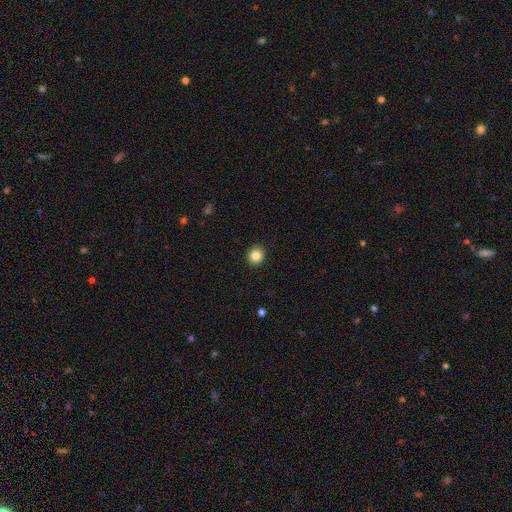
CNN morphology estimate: Smooth or featured? Predicted: smooth (p=0.85). How rounded? Predicted: round (p=0.85). Merging? Predicted: none (p=0.92).